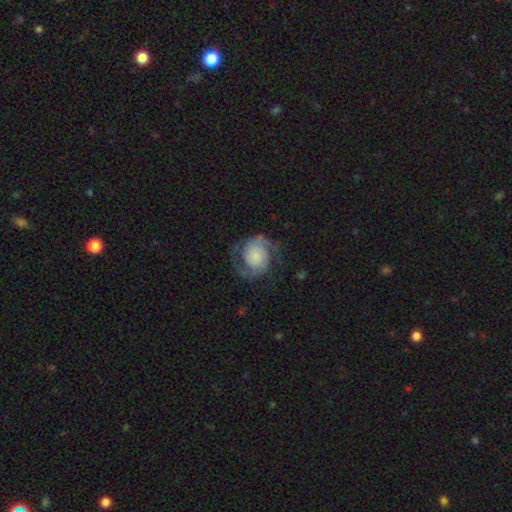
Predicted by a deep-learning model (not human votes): Smooth or featured?
  - featured or disk: 83% *
  - smooth: 11%
  - star or artifact: 6%
Edge-on disk?
  - no: 98% *
  - yes: 2%
Bar?
  - no: 74% *
  - weak: 21%
  - strong: 5%
Spiral arms?
  - yes: 97% *
  - no: 3%
Spiral winding?
  - medium: 49% *
  - tight: 30%
  - loose: 20%
Spiral arm count?
  - 2: 92% *
  - can't tell: 3%
  - 3: 2%
  - 1: 1%
  - 4: 1%
  - more than 4: 1%
Bulge size?
  - small: 31% *
  - none: 29%
  - large: 18%
  - moderate: 15%
  - dominant: 7%
Merging?
  - none: 73% *
  - minor disturbance: 16%
  - major disturbance: 10%
  - merger: 1%